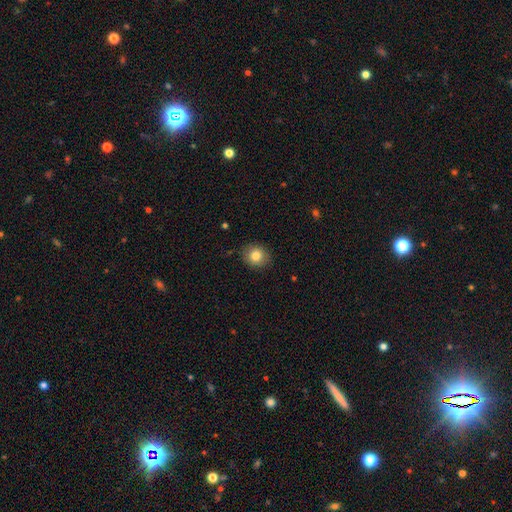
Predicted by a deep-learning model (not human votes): Morphology: type=smooth (83%); roundness=round (76%); merging=none (88%).